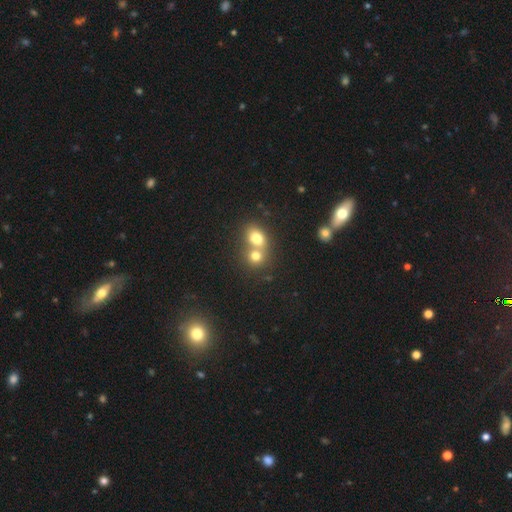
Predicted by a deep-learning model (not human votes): This is likely a smooth galaxy (74%). How rounded: likely round (69%). Merging: likely merger (62%).